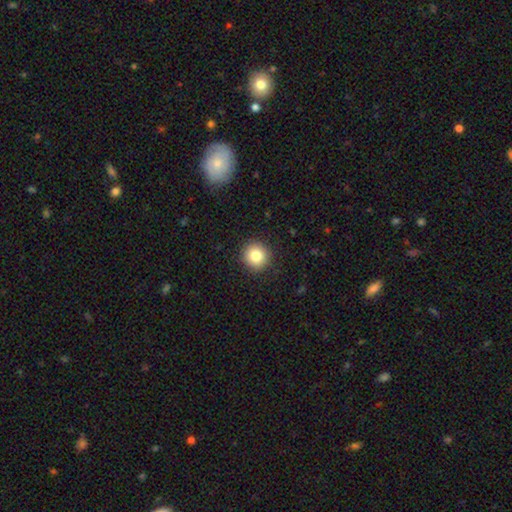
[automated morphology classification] Overall: smooth (83%). How rounded: round (94%). Merging: none (92%).